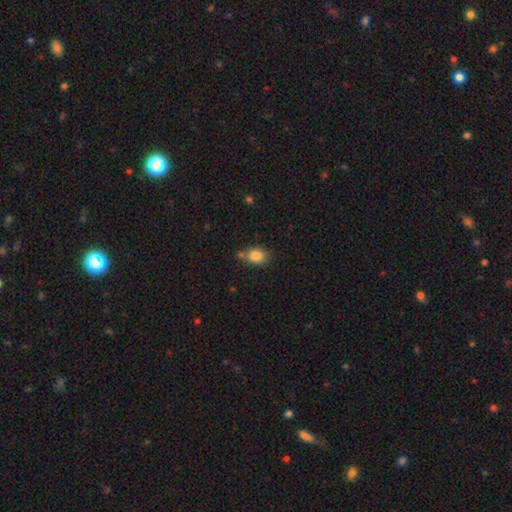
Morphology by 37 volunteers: A smooth galaxy with no disk features (95%) that is in between round and cigar-shaped (51%). Merging: none (71%).